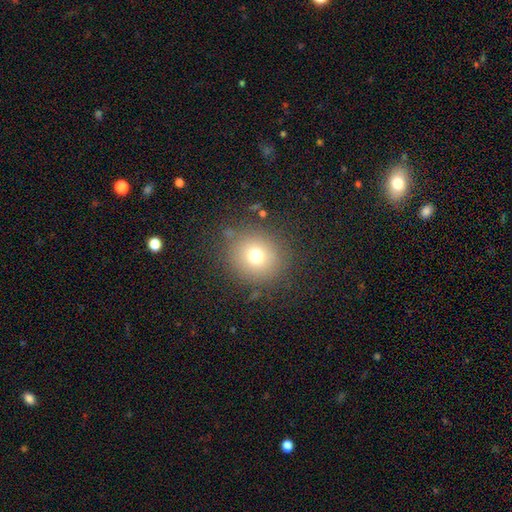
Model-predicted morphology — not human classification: The model was most divided on "smooth or featured": smooth: 72%, star or artifact: 17%, featured or disk: 12%. More confident: how rounded — round (91%); merging — none (83%).